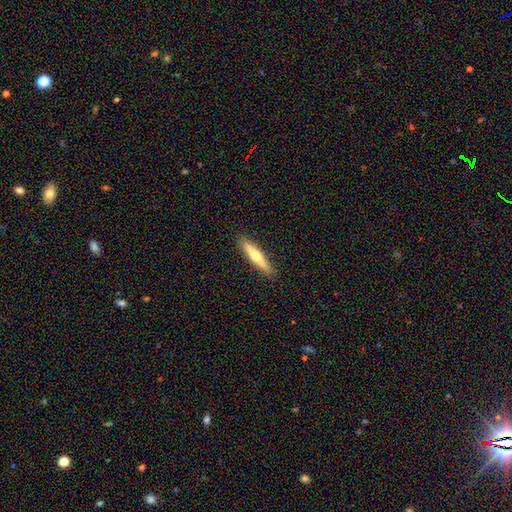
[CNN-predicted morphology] Smooth or featured? smooth (53%)
How rounded? cigar-shaped (91%)
Merging? none (90%)